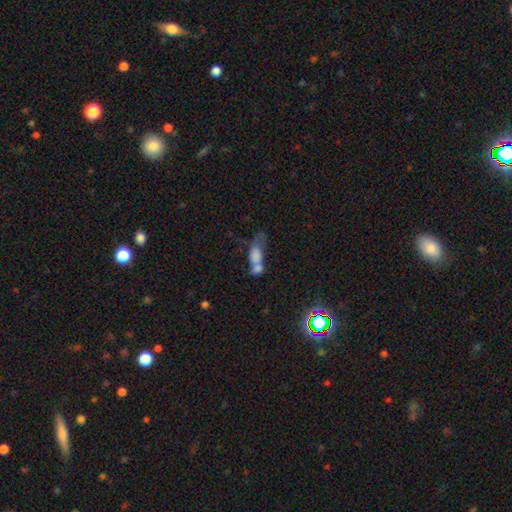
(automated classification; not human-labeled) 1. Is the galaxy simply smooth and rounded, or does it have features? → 67% smooth, 22% featured or disk, 11% star or artifact.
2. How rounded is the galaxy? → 75% in between, 15% cigar-shaped, 10% round.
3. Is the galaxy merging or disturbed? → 63% merger, 14% none, 14% major disturbance, 9% minor disturbance.